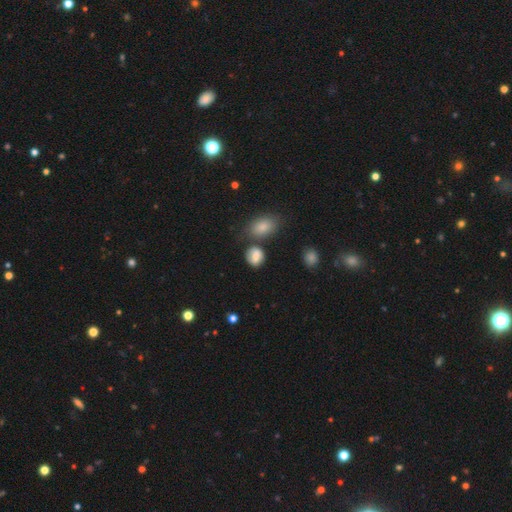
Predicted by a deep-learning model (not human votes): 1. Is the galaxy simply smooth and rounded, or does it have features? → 80% smooth, 10% featured or disk, 9% star or artifact.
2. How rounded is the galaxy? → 54% in between, 44% round, 2% cigar-shaped.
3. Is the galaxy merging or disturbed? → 61% none, 19% minor disturbance, 14% merger, 6% major disturbance.